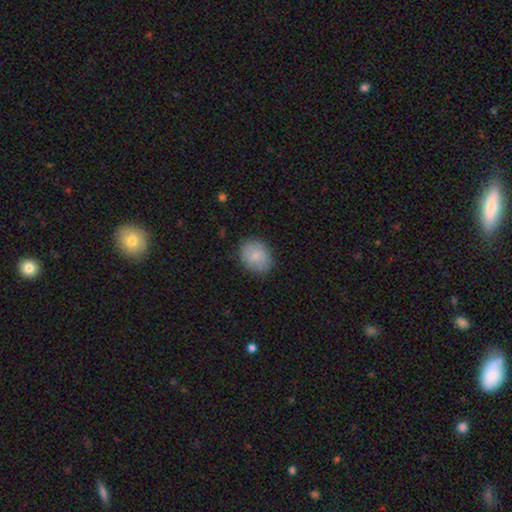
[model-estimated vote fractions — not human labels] Morphology: type=smooth (81%); roundness=round (52%); merging=none (83%).